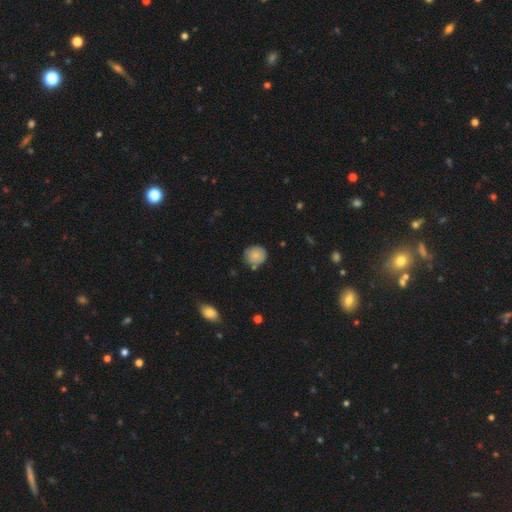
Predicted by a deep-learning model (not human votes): smooth-or-featured: smooth: 81% | featured or disk: 11% | star or artifact: 9%
  how-rounded: round: 88% | in between: 11% | cigar-shaped: 1%
  merging: none: 75% | minor disturbance: 16% | merger: 6% | major disturbance: 3%